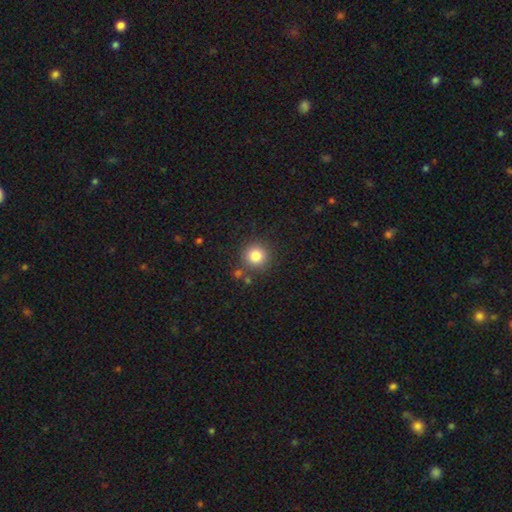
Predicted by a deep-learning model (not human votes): smooth_or_featured: smooth (p=0.82) [alt: star or artifact p=0.11]
how_rounded: round (p=0.94) [alt: in between p=0.05]
merging: none (p=0.84) [alt: minor disturbance p=0.08]